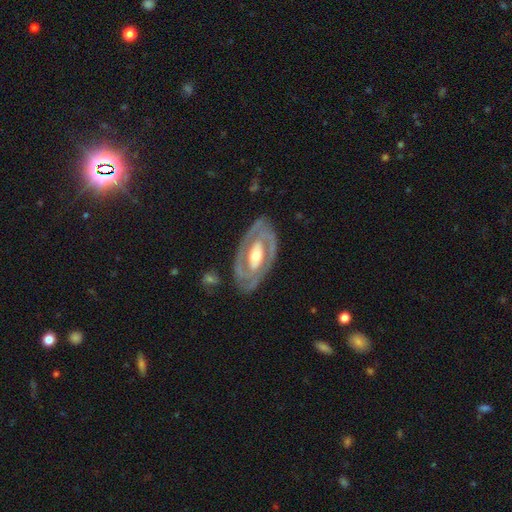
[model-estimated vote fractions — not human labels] A featured or disk galaxy (84%) with no bar (37%), 2 (76%) tight (61%) spiral arms (75%) and a moderate central bulge (66%). Merging: none (80%).